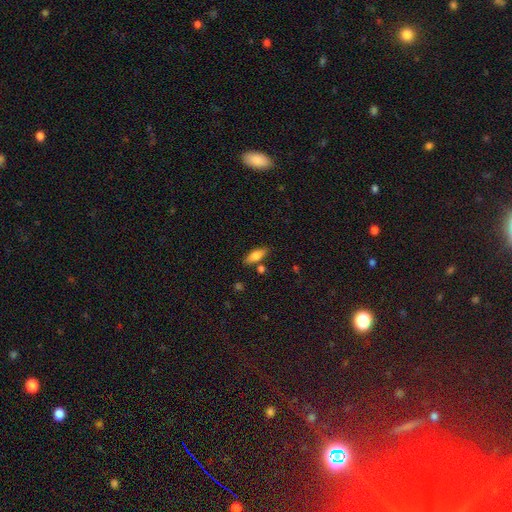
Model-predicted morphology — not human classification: Overall: smooth (75%). How rounded: in between (69%). Merging: none (79%).